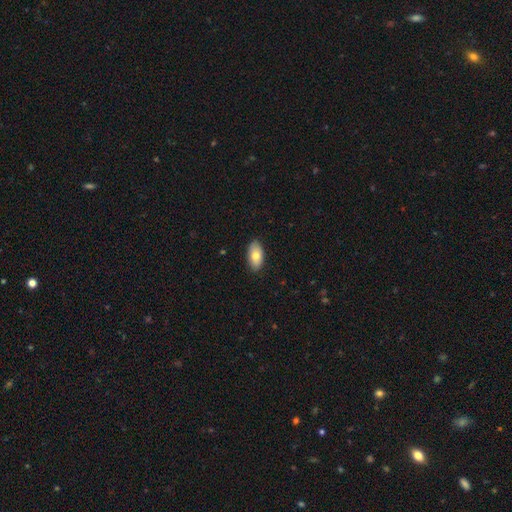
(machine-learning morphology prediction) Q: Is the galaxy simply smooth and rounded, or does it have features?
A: smooth — 78%.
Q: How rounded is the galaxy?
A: in between — 94%.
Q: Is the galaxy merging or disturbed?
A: none — 88%.